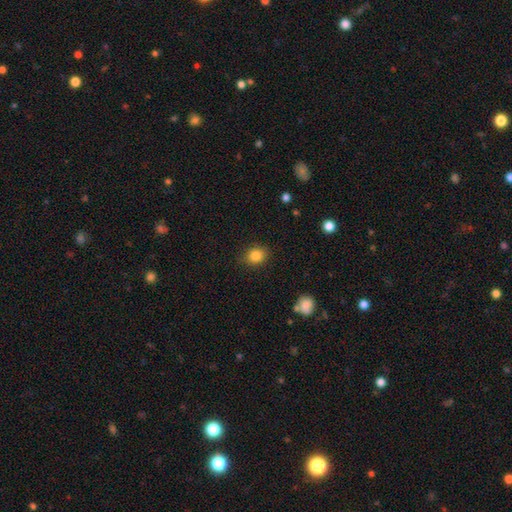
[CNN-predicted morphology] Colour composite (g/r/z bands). It shows a smooth galaxy with no disk features (84%) that is round (66%). Merging: none (85%).